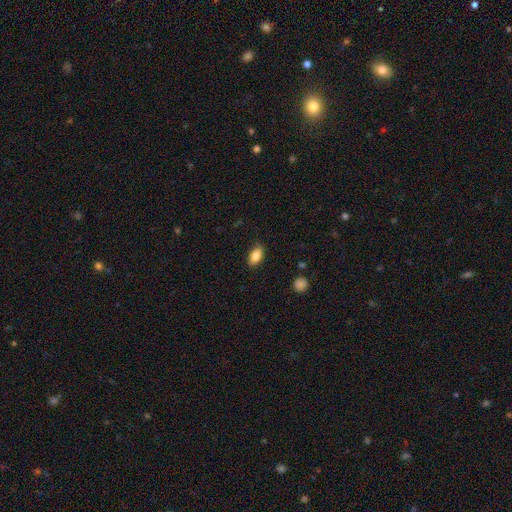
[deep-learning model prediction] This is clearly a smooth galaxy (81%). How rounded: clearly in between (87%). Merging: clearly none (83%).